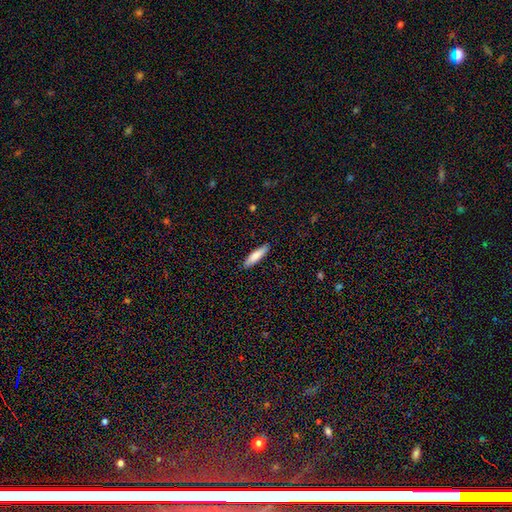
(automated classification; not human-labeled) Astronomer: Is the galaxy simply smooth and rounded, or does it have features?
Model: smooth — 80%.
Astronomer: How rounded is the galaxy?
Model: cigar-shaped — 74%.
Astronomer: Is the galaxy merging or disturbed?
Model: none — 89%.